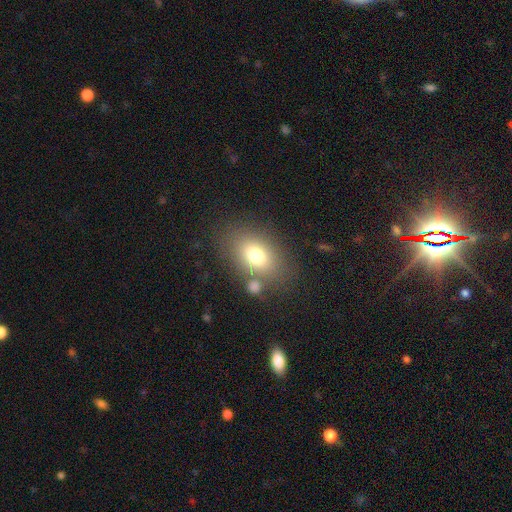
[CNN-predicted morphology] type=smooth (76%); roundness=in between (80%); merging=none (71%).